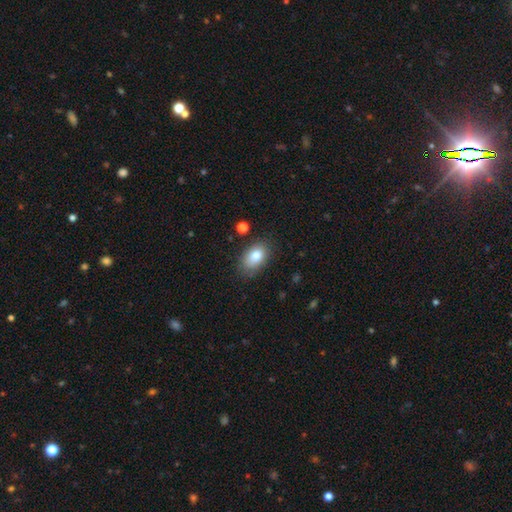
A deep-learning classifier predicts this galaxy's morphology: This appears to be a smooth galaxy with no disk features (81%) that is in between round and cigar-shaped (87%). Merging: none (80%).